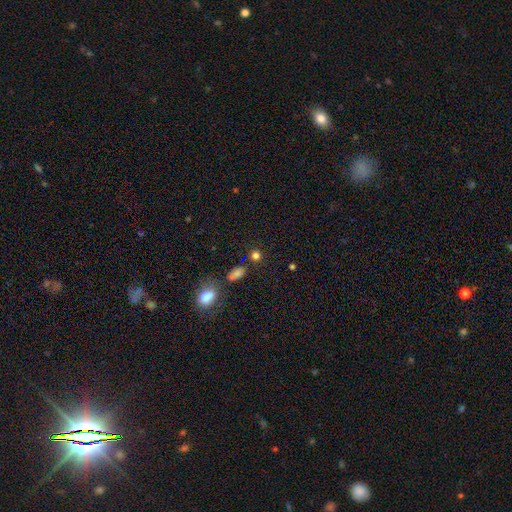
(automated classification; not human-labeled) A smooth galaxy with no disk features (75%) that is round (75%). Merging: none (76%).